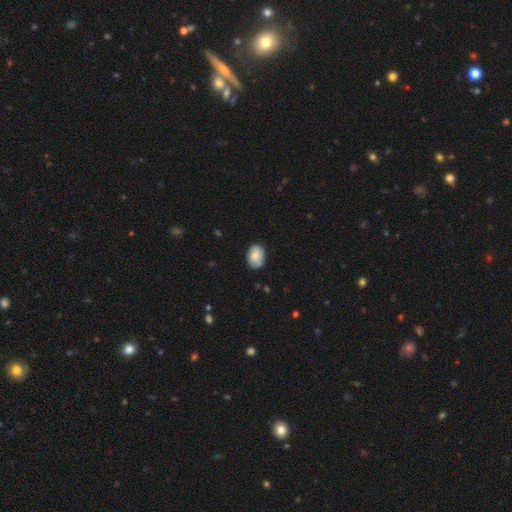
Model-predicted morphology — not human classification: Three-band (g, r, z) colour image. It shows a smooth galaxy with no disk features (82%) that is in between round and cigar-shaped (84%). Merging: none (81%).